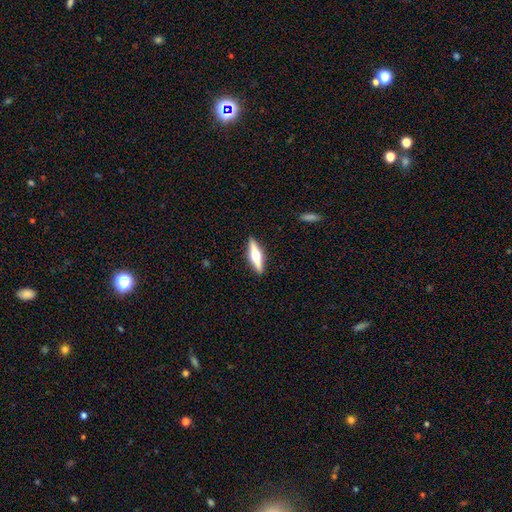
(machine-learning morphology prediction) Smooth or featured?
  - featured or disk: 69% *
  - smooth: 26%
  - star or artifact: 5%
Edge-on disk?
  - yes: 97% *
  - no: 3%
Edge-on bulge?
  - rounded: 96% *
  - boxy: 3%
  - none: 2%
Merging?
  - none: 91% *
  - minor disturbance: 6%
  - major disturbance: 2%
  - merger: 1%